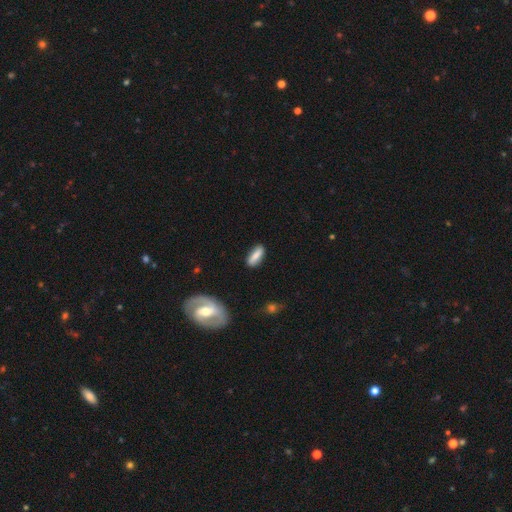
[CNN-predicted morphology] A smooth galaxy with no disk features (77%) that is in between round and cigar-shaped (56%).

Vote fractions:
- Smooth or featured? smooth: 77% / featured or disk: 16% / star or artifact: 7%
- How rounded? in between: 56% / cigar-shaped: 41% / round: 3%
- Merging? none: 82% / minor disturbance: 13% / major disturbance: 3% / merger: 2%